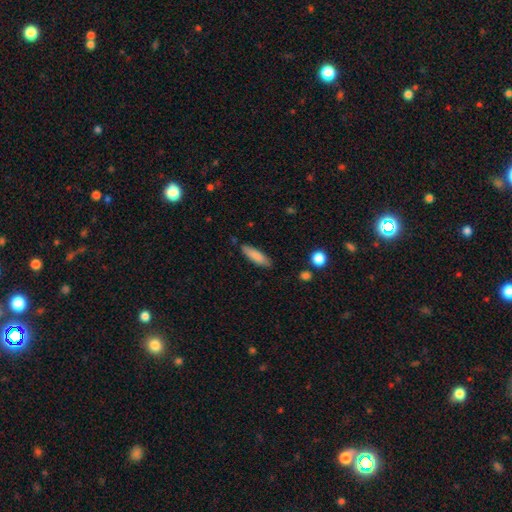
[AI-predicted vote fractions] smooth 83%, featured or disk 11%, star or artifact 6%. Down the decision tree: how rounded — cigar-shaped (59%); merging — none (83%).